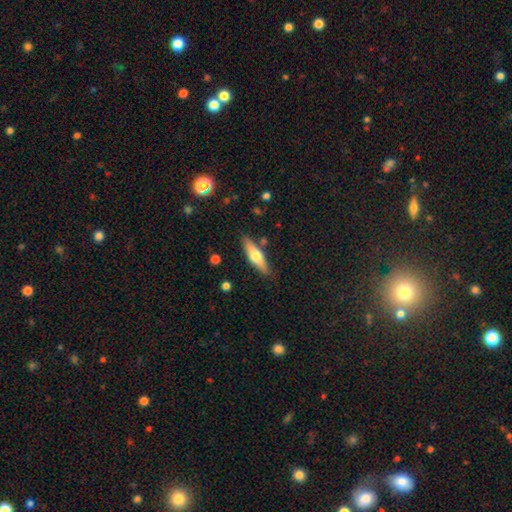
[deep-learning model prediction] smooth_or_featured: smooth (p=0.53) [alt: featured or disk p=0.41]
how_rounded: cigar-shaped (p=0.60) [alt: in between p=0.38]
merging: none (p=0.84) [alt: minor disturbance p=0.11]